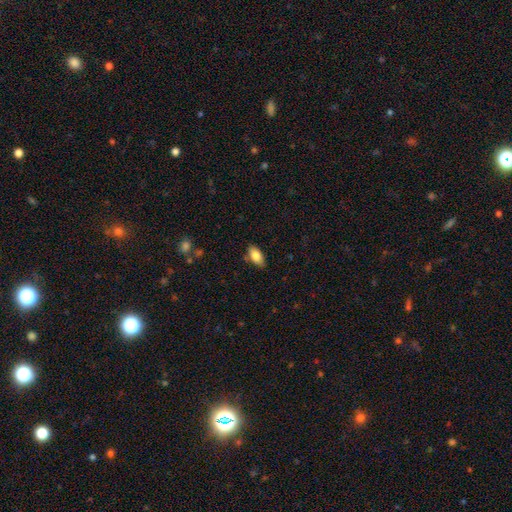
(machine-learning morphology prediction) Overall: smooth (81%). How rounded: in between (91%). Merging: none (84%).